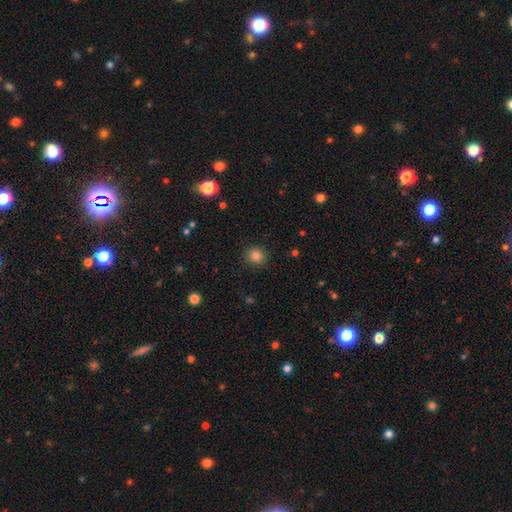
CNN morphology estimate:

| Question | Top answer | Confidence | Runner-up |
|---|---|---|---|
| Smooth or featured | smooth | 83% | star or artifact (12%) |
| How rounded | round | 91% | in between (9%) |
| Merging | none | 91% | minor disturbance (6%) |